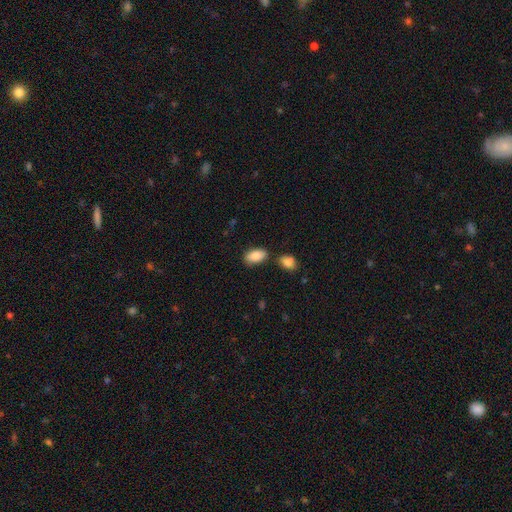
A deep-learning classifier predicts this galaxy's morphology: Smooth or featured? smooth (87%)
How rounded? in between (93%)
Merging? none (73%)